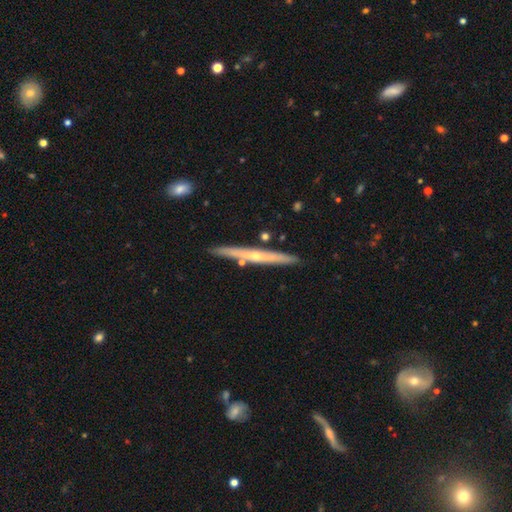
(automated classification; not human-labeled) Smooth or featured?
  - featured or disk: 66% *
  - smooth: 28%
  - star or artifact: 6%
Edge-on disk?
  - yes: 96% *
  - no: 4%
Edge-on bulge?
  - rounded: 63% *
  - none: 34%
  - boxy: 3%
Merging?
  - none: 86% *
  - minor disturbance: 9%
  - merger: 4%
  - major disturbance: 2%